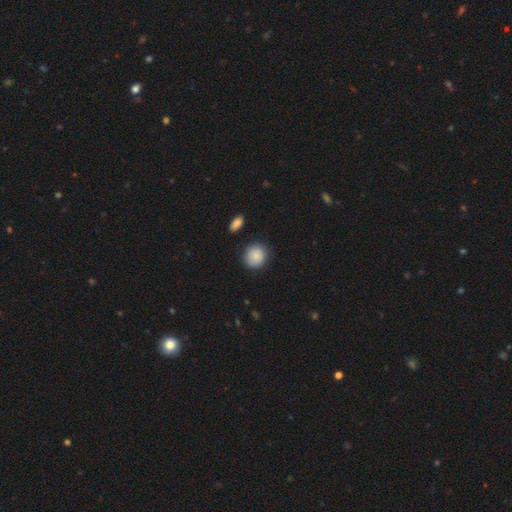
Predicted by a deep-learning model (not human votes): A smooth galaxy with no disk features (88%) that is round (83%).

Vote fractions:
- Smooth or featured? smooth: 88% / star or artifact: 7% / featured or disk: 5%
- How rounded? round: 83% / in between: 16% / cigar-shaped: 1%
- Merging? none: 85% / minor disturbance: 10% / major disturbance: 3% / merger: 2%